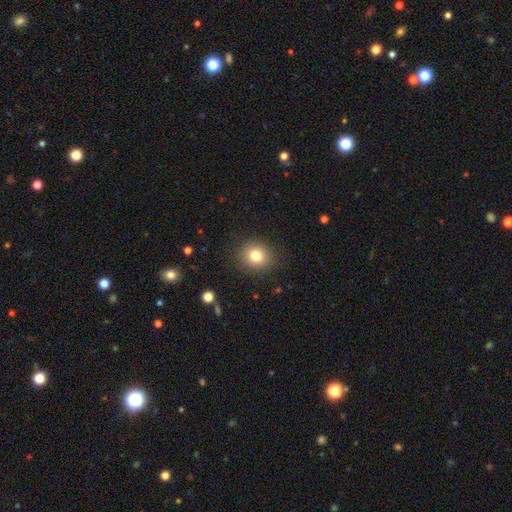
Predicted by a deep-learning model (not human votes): Overall: smooth (81%). How rounded: round (85%). Merging: none (88%).